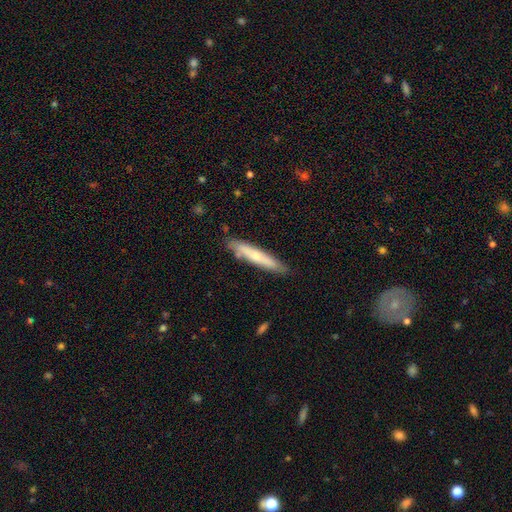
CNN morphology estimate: Smooth or featured? smooth (53%)
How rounded? cigar-shaped (92%)
Merging? none (82%)